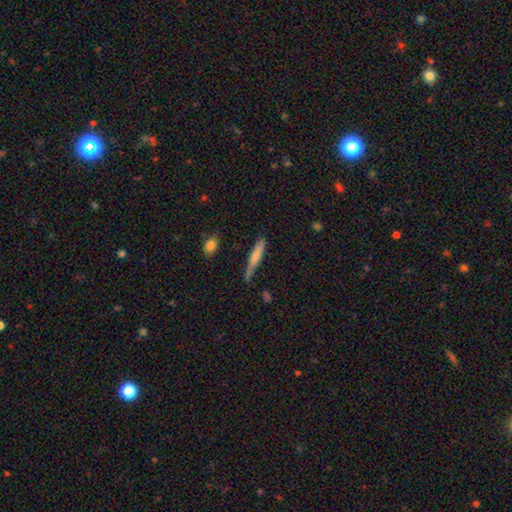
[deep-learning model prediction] smooth 63%, featured or disk 31%, star or artifact 6%. Down the decision tree: how rounded — cigar-shaped (91%); merging — none (70%).